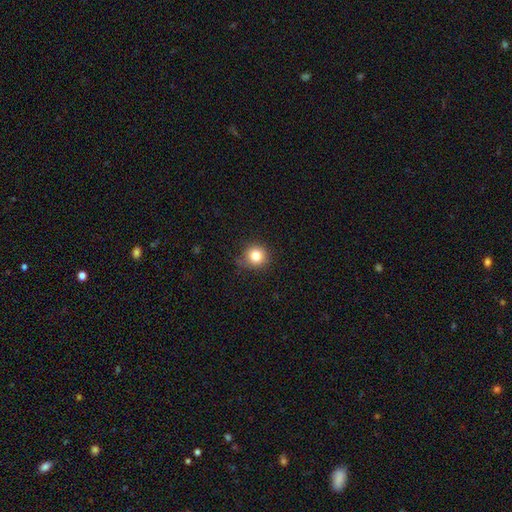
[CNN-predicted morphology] type=smooth (82%); roundness=round (92%); merging=none (79%).